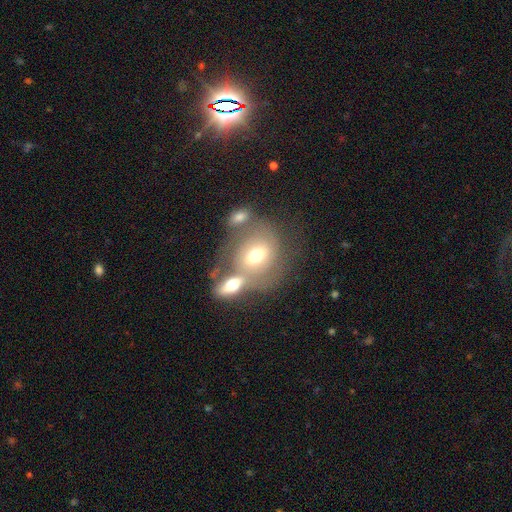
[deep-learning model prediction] This is possibly a smooth galaxy (50%). How rounded: possibly in between (50%). Merging: possibly merger (48%).